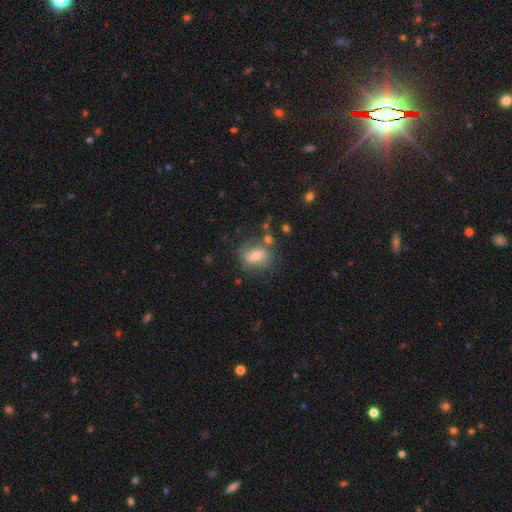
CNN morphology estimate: smooth-or-featured: smooth: 47% | featured or disk: 43% | star or artifact: 11%
  merging: none: 61% | minor disturbance: 21% | major disturbance: 11% | merger: 7%